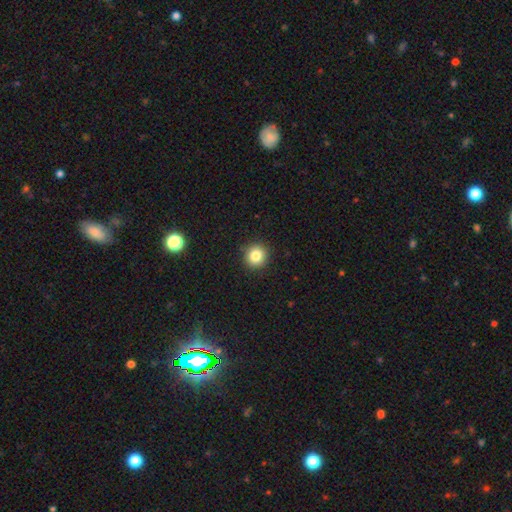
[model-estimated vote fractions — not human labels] The model was most divided on "smooth or featured": smooth: 83%, star or artifact: 11%, featured or disk: 5%. More confident: how rounded — round (92%); merging — none (91%).